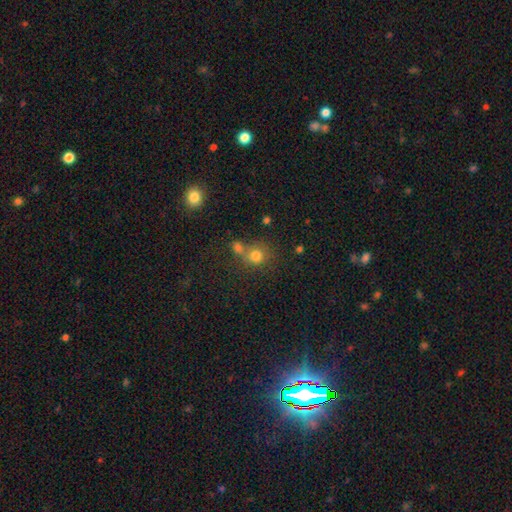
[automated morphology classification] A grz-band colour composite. It shows a smooth galaxy with no disk features (76%) that is round (84%). Merging: none (47%).